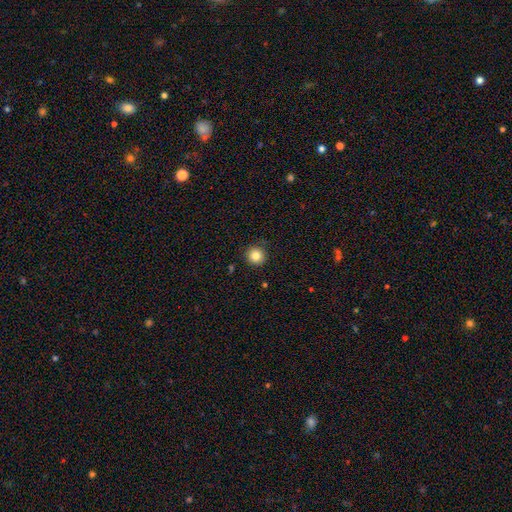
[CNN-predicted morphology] This is clearly a smooth galaxy (83%). How rounded: clearly round (95%). Merging: clearly none (91%).